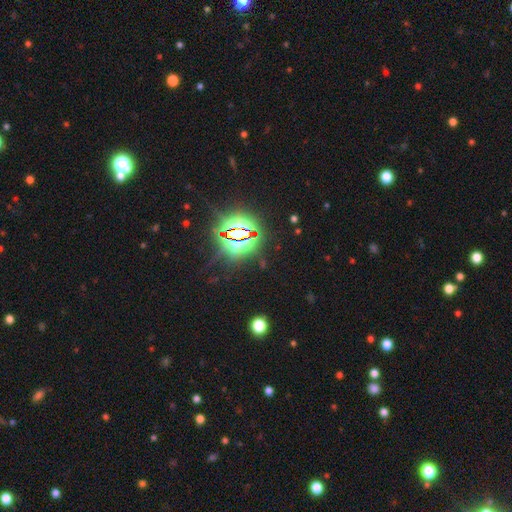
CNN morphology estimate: Smooth or featured: star or artifact — 85% (smooth — 8%)